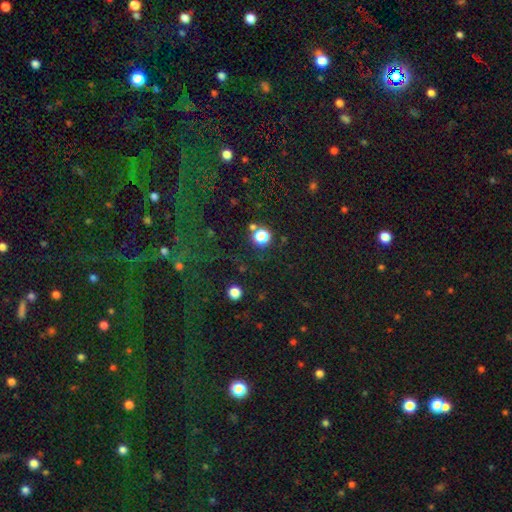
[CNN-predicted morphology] Smooth or featured? Predicted: star or artifact (p=0.78).